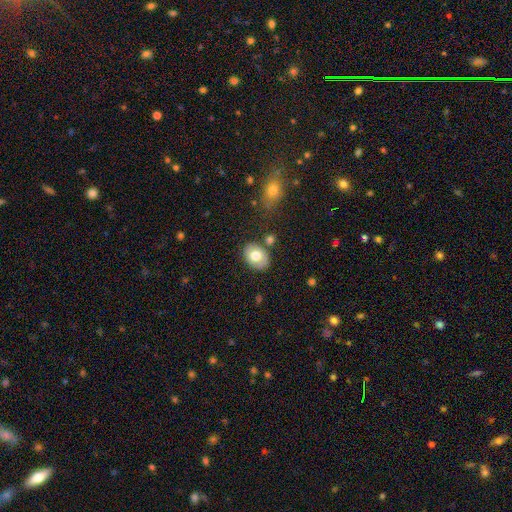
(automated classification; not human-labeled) smooth-or-featured: smooth: 71% | featured or disk: 22% | star or artifact: 7%
  how-rounded: in between: 70% | round: 29% | cigar-shaped: 1%
  merging: none: 78% | minor disturbance: 13% | merger: 6% | major disturbance: 3%